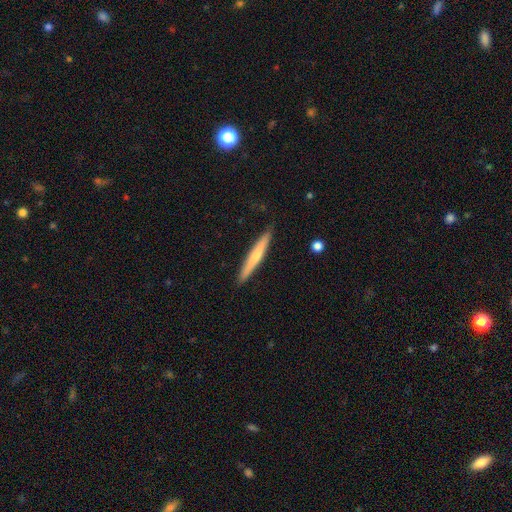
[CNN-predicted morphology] type=smooth (55%); roundness=cigar-shaped (95%); merging=none (89%).